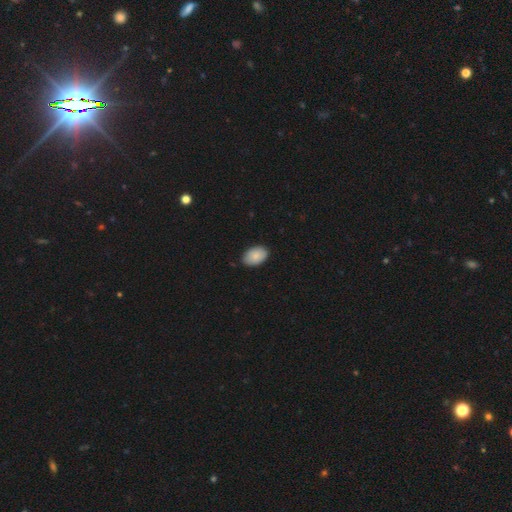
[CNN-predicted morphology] smooth 87%, featured or disk 7%, star or artifact 7%. Down the decision tree: how rounded — in between (91%); merging — none (86%).